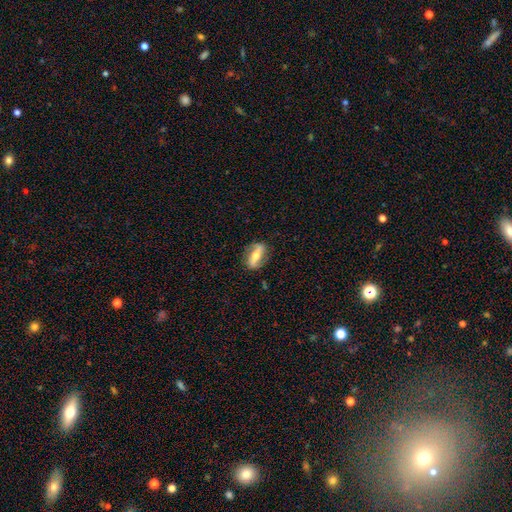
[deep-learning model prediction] Q: Smooth or featured?
A: featured or disk (63%); runner-up: smooth (31%)
Q: Edge-on disk?
A: no (78%); runner-up: yes (22%)
Q: Merging?
A: none (82%); runner-up: minor disturbance (13%)